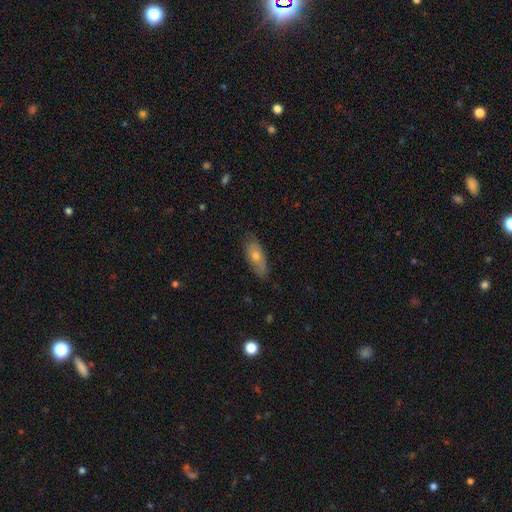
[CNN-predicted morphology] Smooth or featured?
  - smooth: 55% *
  - featured or disk: 37%
  - star or artifact: 8%
How rounded?
  - in between: 68% *
  - cigar-shaped: 29%
  - round: 4%
Merging?
  - none: 77% *
  - minor disturbance: 19%
  - major disturbance: 3%
  - merger: 1%